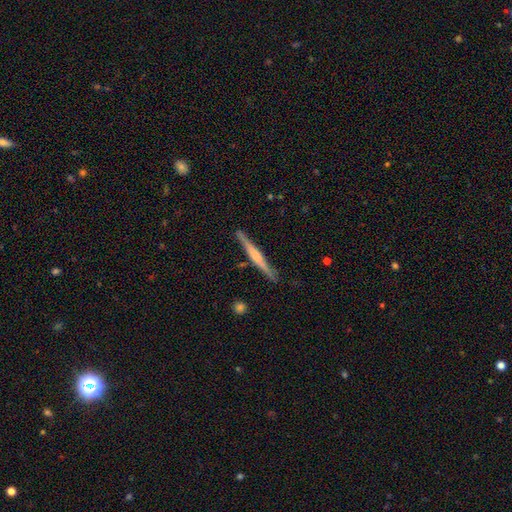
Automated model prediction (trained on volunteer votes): smooth_or_featured: featured or disk (p=0.64) [alt: smooth p=0.31]
disk_edge_on: yes (p=0.98) [alt: no p=0.02]
edge_on_bulge: rounded (p=0.38) [alt: boxy p=0.32]
merging: none (p=0.87) [alt: minor disturbance p=0.10]